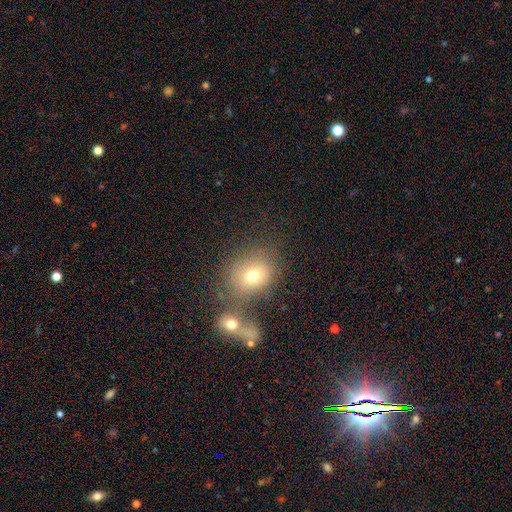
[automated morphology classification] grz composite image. It shows a smooth galaxy with no disk features (61%) that is round (63%). Merging: none (66%).